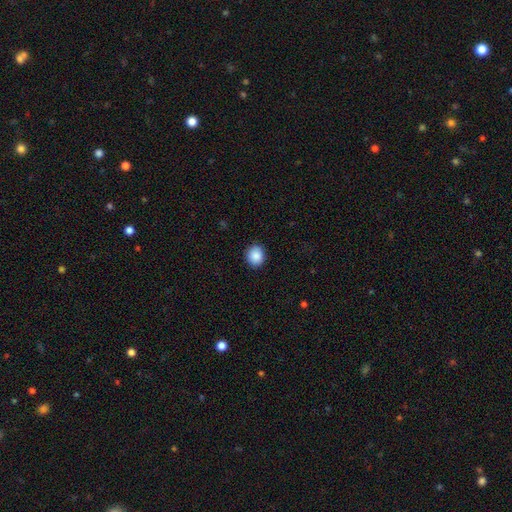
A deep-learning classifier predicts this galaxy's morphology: smooth 89%, star or artifact 8%, featured or disk 3%. Down the decision tree: how rounded — round (80%); merging — none (91%).